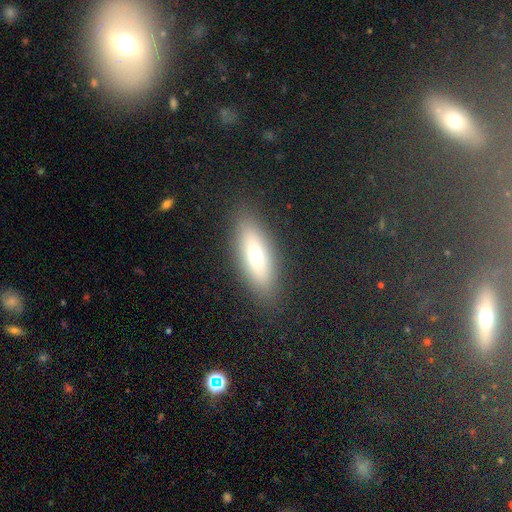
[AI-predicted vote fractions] This is likely a smooth galaxy (65%). How rounded: likely in between (61%). Merging: clearly none (87%).